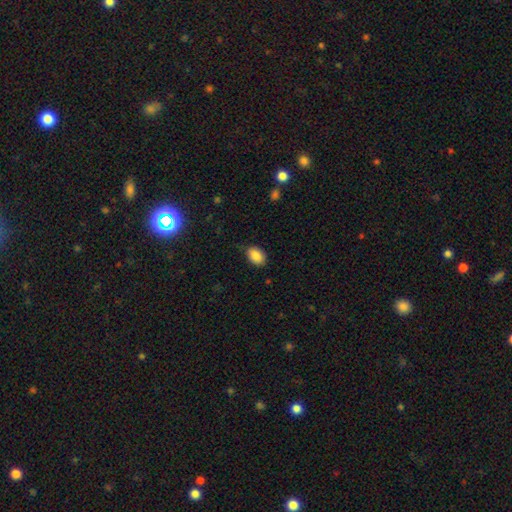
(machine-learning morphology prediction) type=smooth (88%); roundness=in between (84%); merging=none (80%).